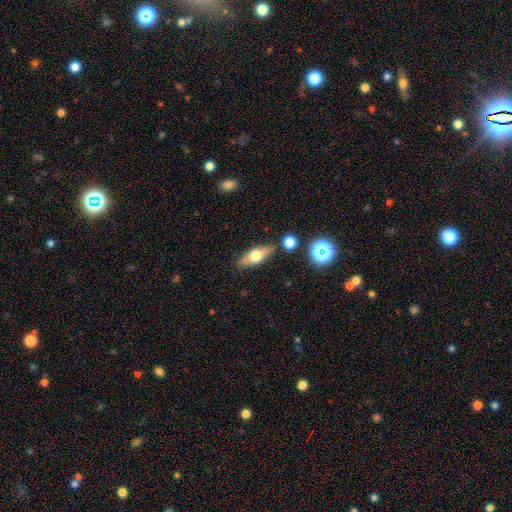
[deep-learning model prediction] Smooth or featured?
  - smooth: 56% *
  - featured or disk: 36%
  - star or artifact: 8%
How rounded?
  - in between: 59% *
  - cigar-shaped: 36%
  - round: 5%
Merging?
  - none: 82% *
  - minor disturbance: 10%
  - merger: 5%
  - major disturbance: 3%